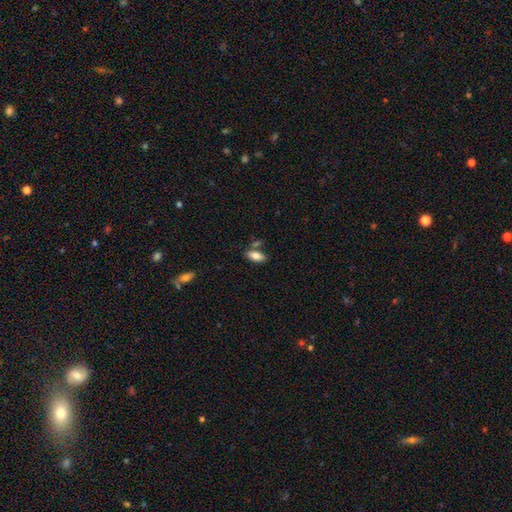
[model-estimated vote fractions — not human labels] Smooth or featured?
  - smooth: 79% *
  - featured or disk: 14%
  - star or artifact: 7%
How rounded?
  - in between: 84% *
  - cigar-shaped: 14%
  - round: 3%
Merging?
  - none: 70% *
  - minor disturbance: 14%
  - merger: 12%
  - major disturbance: 4%